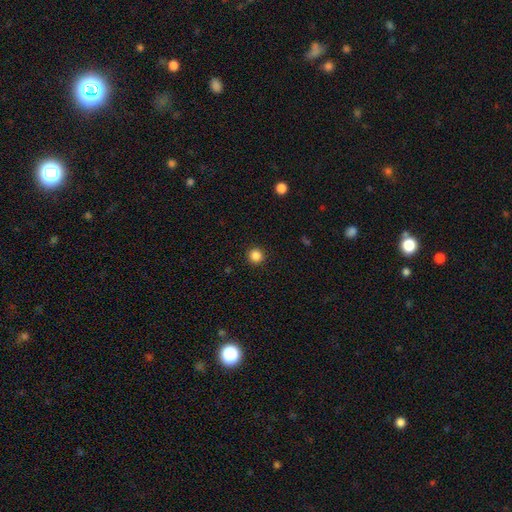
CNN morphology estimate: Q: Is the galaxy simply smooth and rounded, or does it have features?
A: smooth — 86%.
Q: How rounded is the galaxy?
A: round — 95%.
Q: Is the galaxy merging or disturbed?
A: none — 92%.